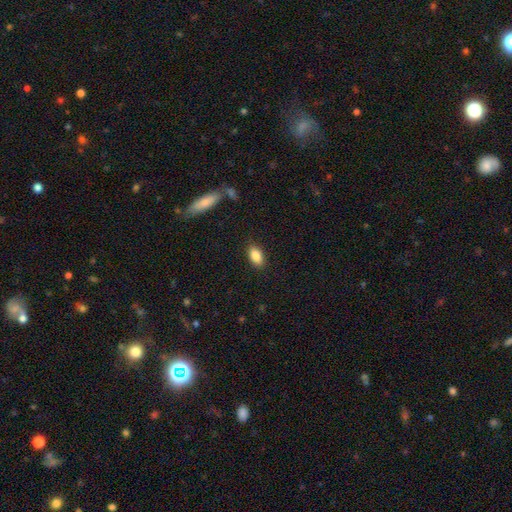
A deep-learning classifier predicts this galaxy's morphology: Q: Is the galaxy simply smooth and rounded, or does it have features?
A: smooth — 87%.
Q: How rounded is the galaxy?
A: in between — 90%.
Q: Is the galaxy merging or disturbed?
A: none — 87%.